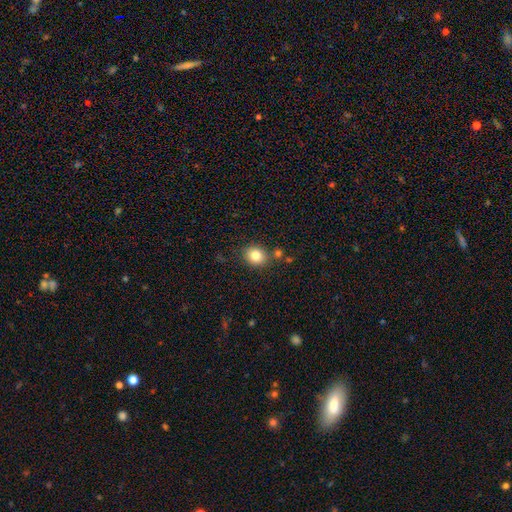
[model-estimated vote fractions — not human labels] Smooth or featured? Predicted: smooth (p=0.83). How rounded? Predicted: round (p=0.72). Merging? Predicted: none (p=0.80).